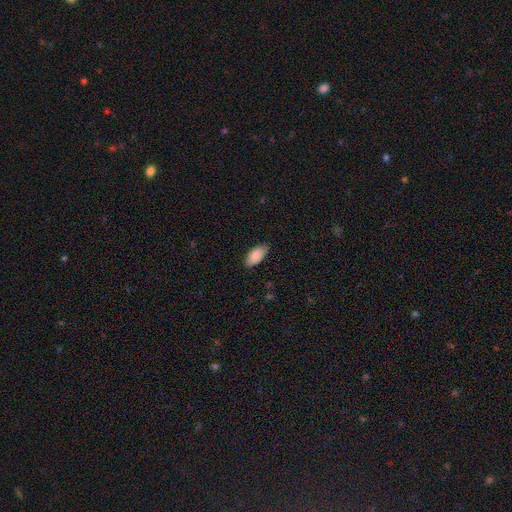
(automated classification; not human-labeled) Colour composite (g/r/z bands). It shows a smooth galaxy with no disk features (87%) that is in between round and cigar-shaped (92%). Merging: none (85%).